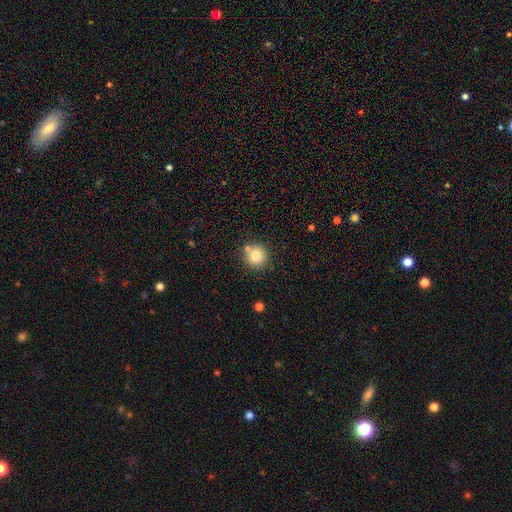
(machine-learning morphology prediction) A smooth galaxy with no disk features (79%) that is round (94%).

Vote fractions:
- Smooth or featured? smooth: 79% / star or artifact: 11% / featured or disk: 10%
- How rounded? round: 94% / in between: 5% / cigar-shaped: 1%
- Merging? none: 76% / merger: 12% / minor disturbance: 9% / major disturbance: 2%